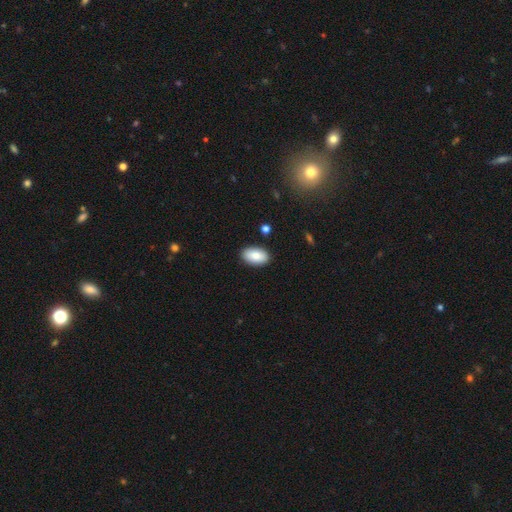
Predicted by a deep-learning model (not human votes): A smooth galaxy with no disk features (86%) that is in between round and cigar-shaped (94%).

Vote fractions:
- Smooth or featured? smooth: 86% / featured or disk: 8% / star or artifact: 7%
- How rounded? in between: 94% / round: 4% / cigar-shaped: 2%
- Merging? none: 88% / minor disturbance: 8% / major disturbance: 2% / merger: 2%